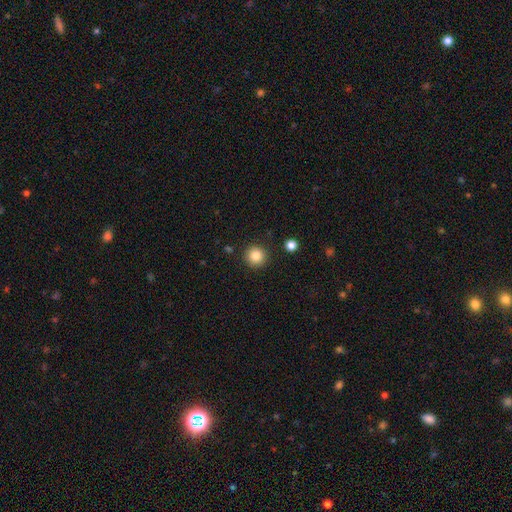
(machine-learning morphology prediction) Overall: smooth (85%). How rounded: round (94%). Merging: none (90%).